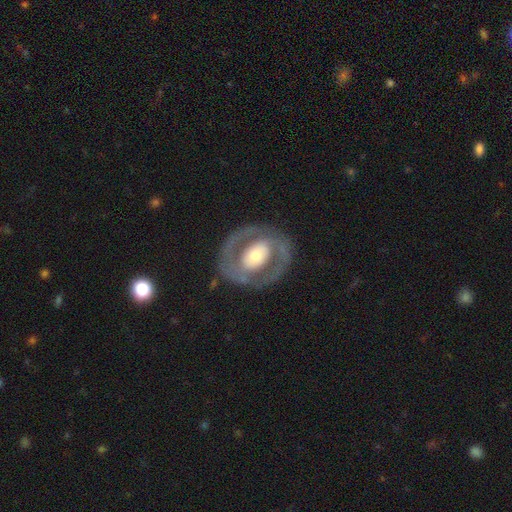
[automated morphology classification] Smooth or featured?
  - featured or disk: 74% *
  - smooth: 21%
  - star or artifact: 5%
Edge-on disk?
  - no: 96% *
  - yes: 4%
Bar?
  - no: 53% *
  - weak: 25%
  - strong: 21%
Spiral arms?
  - yes: 54% *
  - no: 46%
Bulge size?
  - moderate: 48% *
  - large: 28%
  - small: 19%
  - dominant: 3%
  - none: 2%
Merging?
  - none: 79% *
  - minor disturbance: 11%
  - major disturbance: 8%
  - merger: 1%